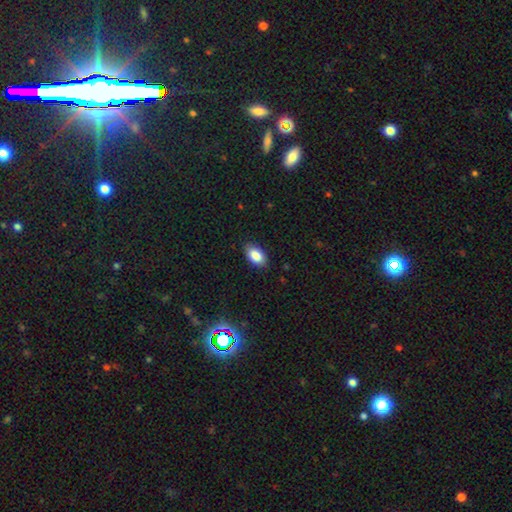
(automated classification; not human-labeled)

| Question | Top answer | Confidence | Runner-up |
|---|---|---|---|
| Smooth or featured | smooth | 86% | star or artifact (8%) |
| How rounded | in between | 93% | round (6%) |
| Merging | none | 87% | minor disturbance (10%) |